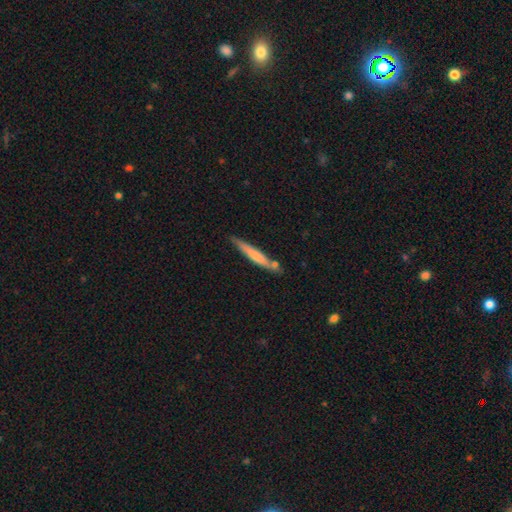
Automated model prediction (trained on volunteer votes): The model was most divided on "smooth or featured": smooth: 60%, featured or disk: 35%, star or artifact: 5%. More confident: how rounded — cigar-shaped (95%); merging — none (75%).